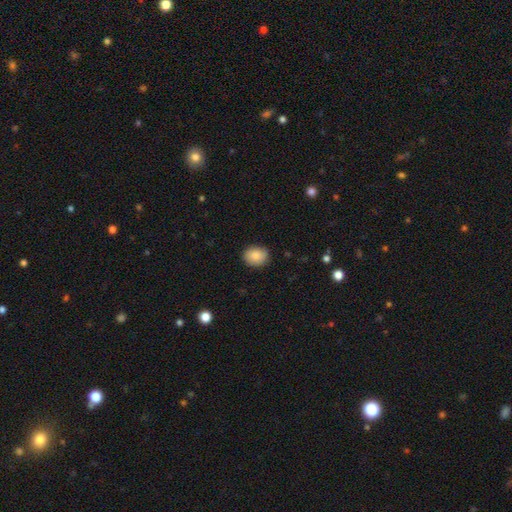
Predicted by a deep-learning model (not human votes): smooth 86%, star or artifact 8%, featured or disk 6%. Down the decision tree: how rounded — round (55%); merging — none (86%).